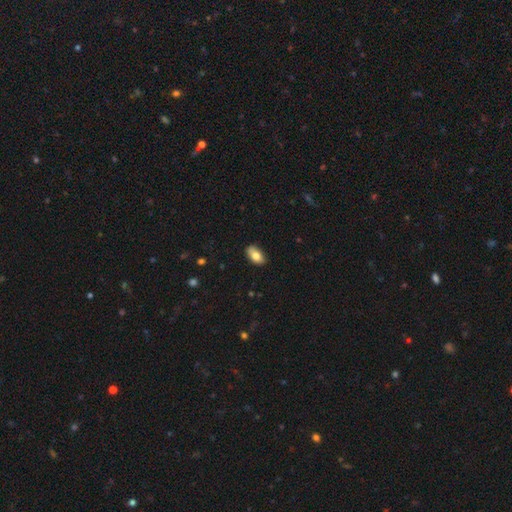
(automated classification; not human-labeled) A smooth galaxy with no disk features (79%) that is in between round and cigar-shaped (92%). Merging: none (84%).